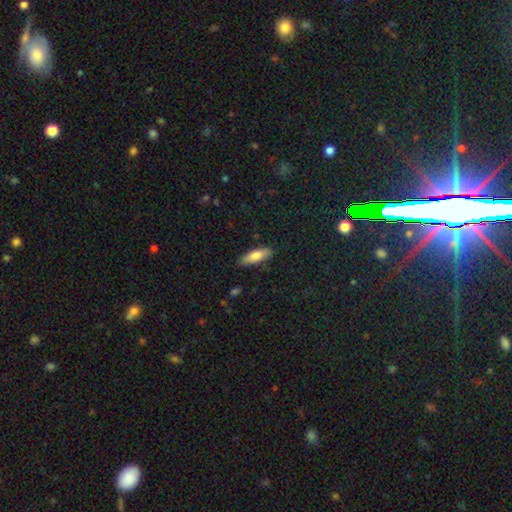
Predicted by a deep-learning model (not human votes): smooth_or_featured: smooth (p=0.78) [alt: featured or disk p=0.16]
how_rounded: in between (p=0.54) [alt: cigar-shaped p=0.44]
merging: none (p=0.86) [alt: minor disturbance p=0.11]